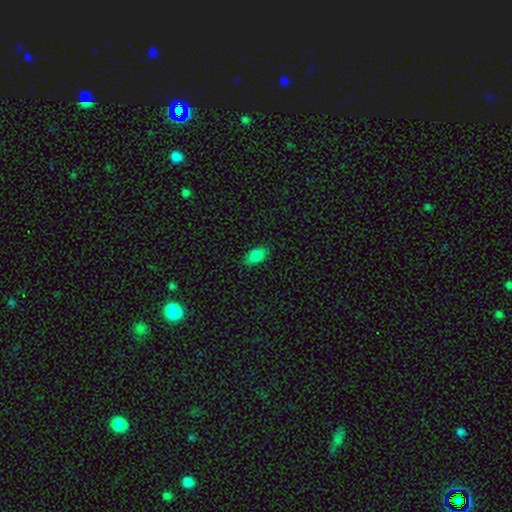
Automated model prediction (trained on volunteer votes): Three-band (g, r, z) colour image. It shows a smooth galaxy with no disk features (85%) that is in between round and cigar-shaped (91%). Merging: none (85%).